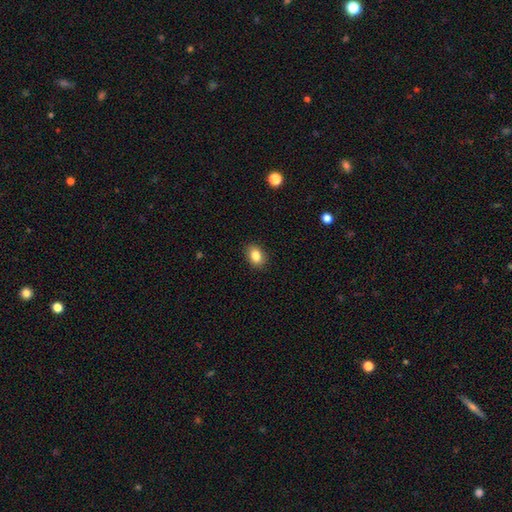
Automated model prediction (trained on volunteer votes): The model was most divided on "how rounded": in between: 74%, round: 25%, cigar-shaped: 1%. More confident: merging — none (89%); smooth or featured — smooth (84%).